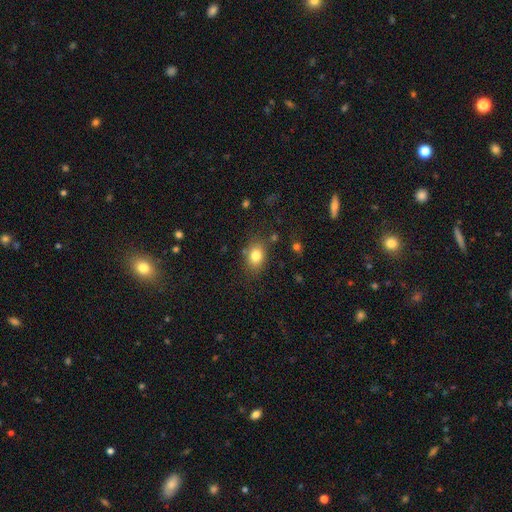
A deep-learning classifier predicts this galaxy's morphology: A smooth galaxy with no disk features (81%) that is in between round and cigar-shaped (73%).

Vote fractions:
- Smooth or featured? smooth: 81% / star or artifact: 10% / featured or disk: 9%
- How rounded? in between: 73% / round: 26% / cigar-shaped: 1%
- Merging? none: 78% / minor disturbance: 15% / major disturbance: 4% / merger: 3%